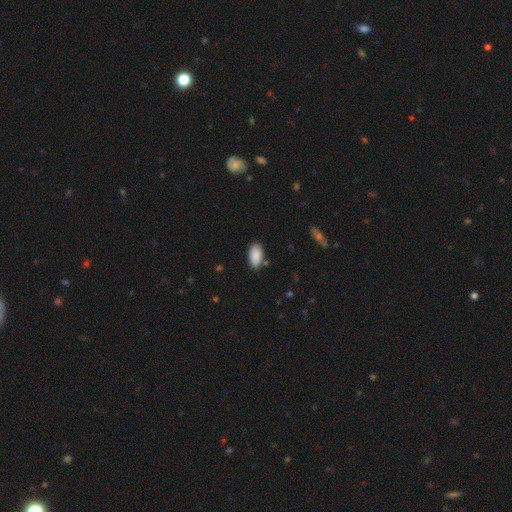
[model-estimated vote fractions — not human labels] smooth-or-featured: smooth: 89% | star or artifact: 6% | featured or disk: 4%
  how-rounded: in between: 94% | cigar-shaped: 4% | round: 2%
  merging: none: 82% | minor disturbance: 13% | major disturbance: 3% | merger: 2%